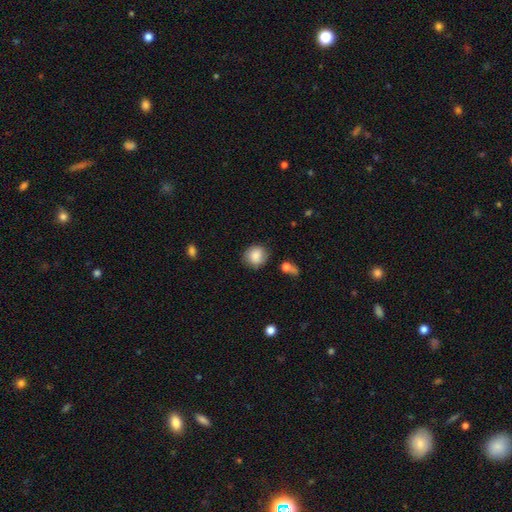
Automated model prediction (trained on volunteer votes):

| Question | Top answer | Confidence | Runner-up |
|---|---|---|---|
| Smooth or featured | smooth | 82% | featured or disk (10%) |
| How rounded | round | 83% | in between (16%) |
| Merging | none | 78% | minor disturbance (15%) |